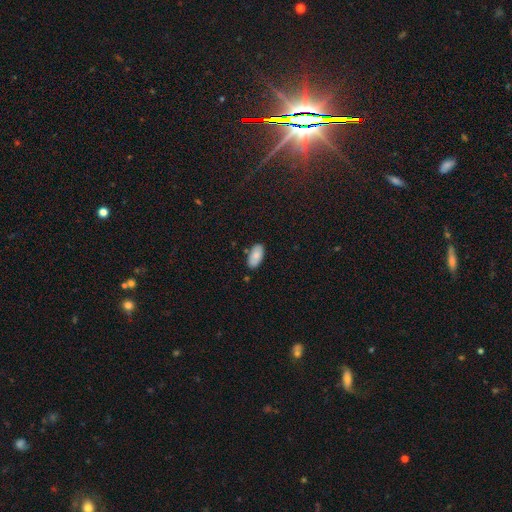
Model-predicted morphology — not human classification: A smooth galaxy with no disk features (83%) that is in between round and cigar-shaped (94%). Merging: none (82%).